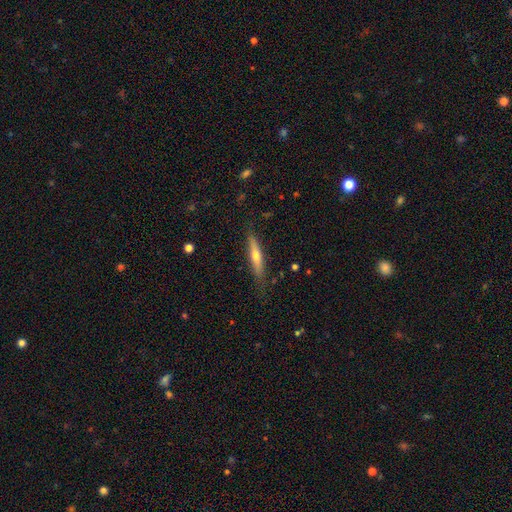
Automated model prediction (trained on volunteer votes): smooth-or-featured: featured or disk: 50% | smooth: 44% | star or artifact: 6%
  disk-edge-on: yes: 90% | no: 10%
  merging: none: 80% | minor disturbance: 15% | major disturbance: 3% | merger: 1%